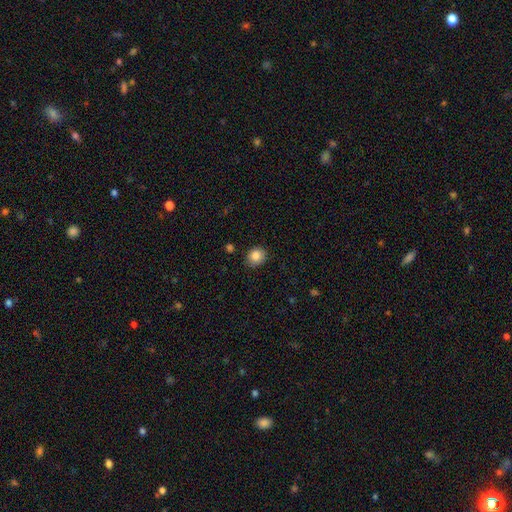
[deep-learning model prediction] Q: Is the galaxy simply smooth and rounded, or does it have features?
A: smooth — 86%.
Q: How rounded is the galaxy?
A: round — 72%.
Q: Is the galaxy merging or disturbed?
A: none — 84%.